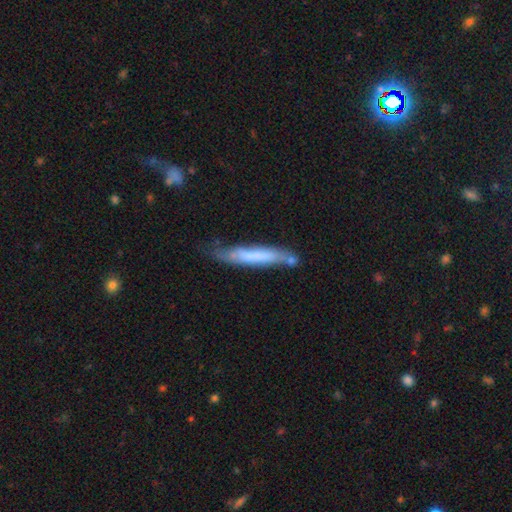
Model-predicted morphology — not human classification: smooth_or_featured: smooth (p=0.56) [alt: featured or disk p=0.38]
how_rounded: cigar-shaped (p=0.92) [alt: in between p=0.07]
merging: none (p=0.58) [alt: minor disturbance p=0.26]